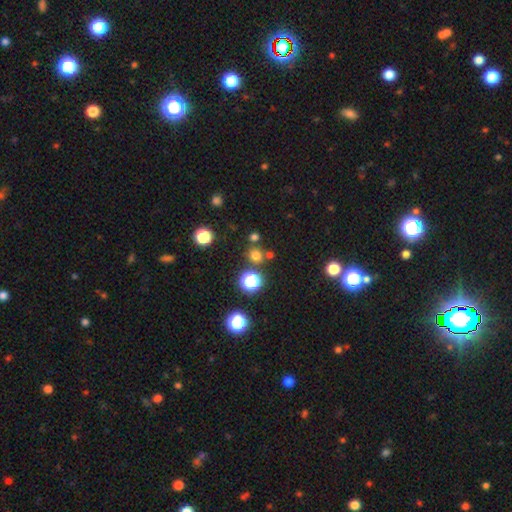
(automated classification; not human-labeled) Morphology: type=smooth (68%); roundness=round (91%); merging=none (78%).